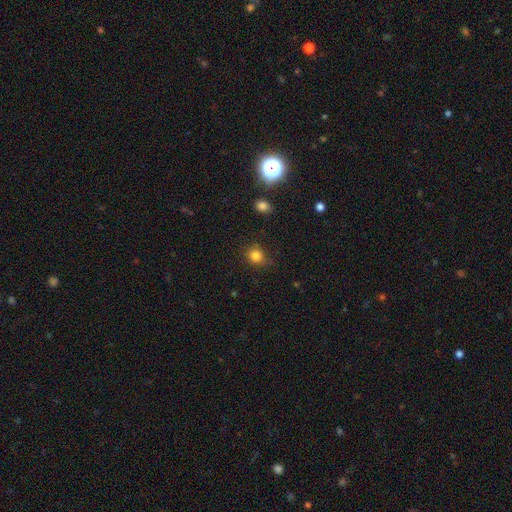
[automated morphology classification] A smooth galaxy with no disk features (82%) that is round (81%). Merging: none (79%).